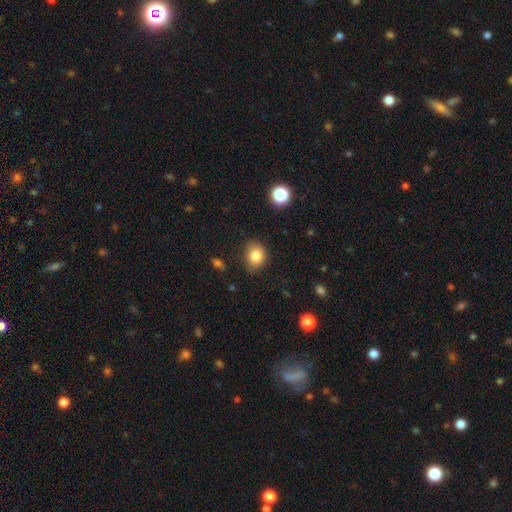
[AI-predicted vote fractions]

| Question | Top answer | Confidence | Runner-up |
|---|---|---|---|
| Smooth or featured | smooth | 83% | star or artifact (11%) |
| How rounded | round | 62% | in between (37%) |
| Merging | none | 80% | minor disturbance (15%) |